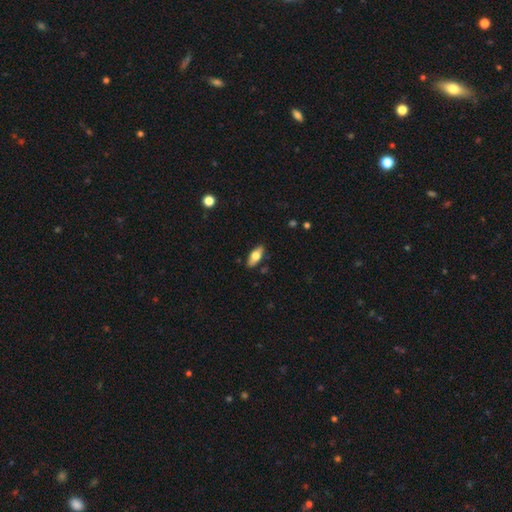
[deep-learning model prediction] This appears to be a smooth galaxy with no disk features (64%) that is in between round and cigar-shaped (78%). Merging: none (86%).